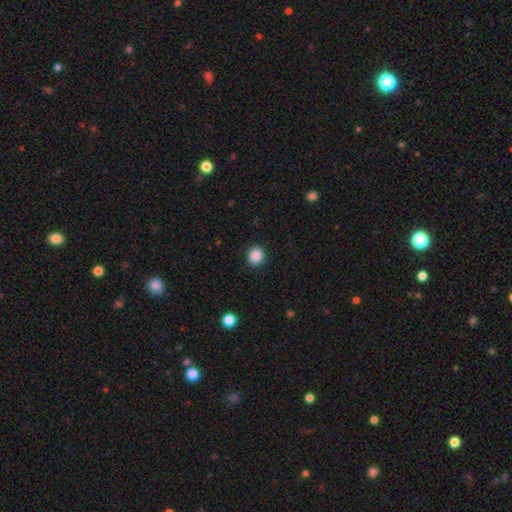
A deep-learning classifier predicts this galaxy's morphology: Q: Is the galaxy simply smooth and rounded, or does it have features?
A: smooth — 87%.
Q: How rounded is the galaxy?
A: round — 83%.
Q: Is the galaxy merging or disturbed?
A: none — 91%.